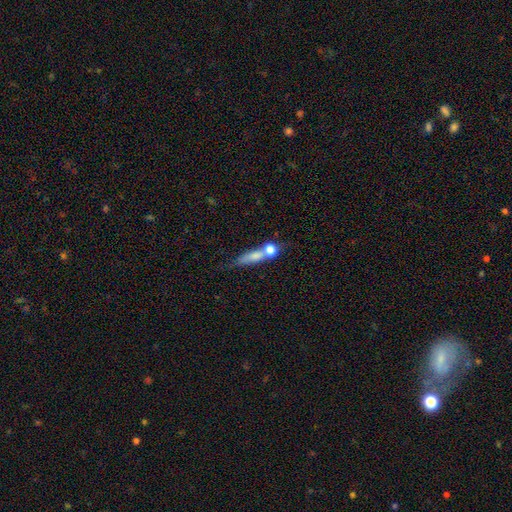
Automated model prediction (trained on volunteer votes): This is likely a smooth galaxy (65%). How rounded: marginally cigar-shaped (43%). Merging: possibly merger (53%).